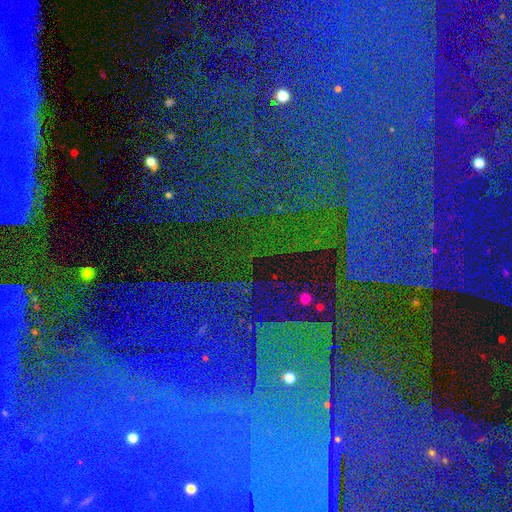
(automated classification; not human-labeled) This is clearly a star or artifact rather than a galaxy (85%).